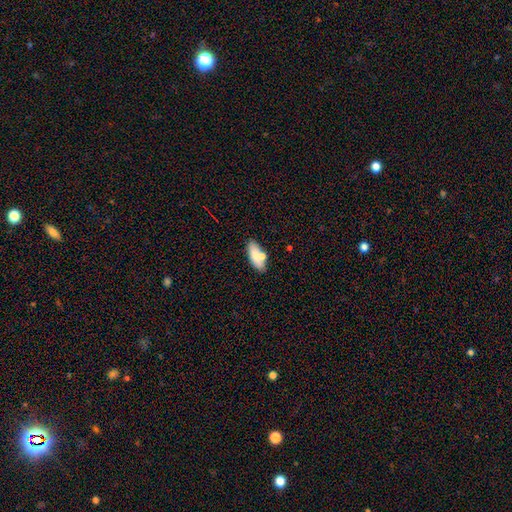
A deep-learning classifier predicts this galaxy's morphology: Q: Smooth or featured?
A: smooth (76%); runner-up: featured or disk (17%)
Q: How rounded?
A: in between (78%); runner-up: cigar-shaped (19%)
Q: Merging?
A: none (72%); runner-up: minor disturbance (13%)